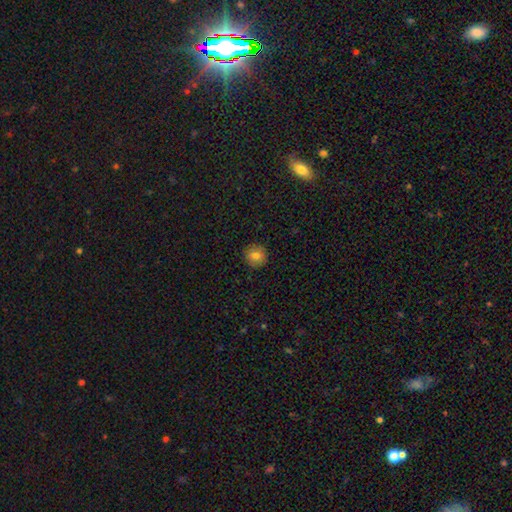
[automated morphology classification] type=smooth (80%); roundness=round (93%); merging=none (91%).